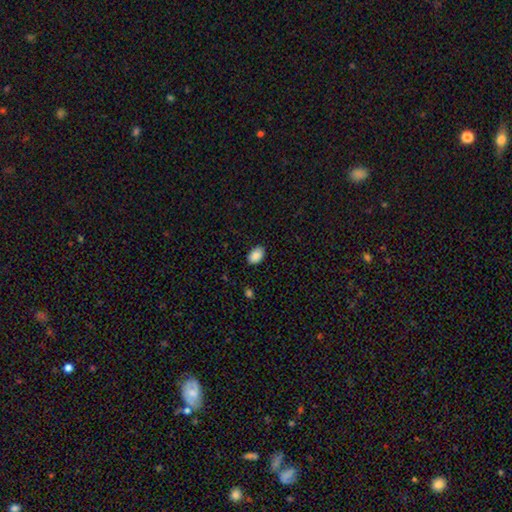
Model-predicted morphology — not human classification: Smooth or featured? Predicted: smooth (p=0.89). How rounded? Predicted: in between (p=0.87). Merging? Predicted: none (p=0.86).